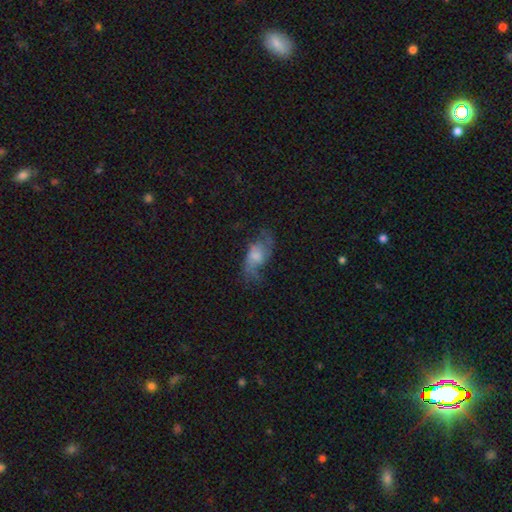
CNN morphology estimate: A featured or disk galaxy (54%). Merging: none (50%).